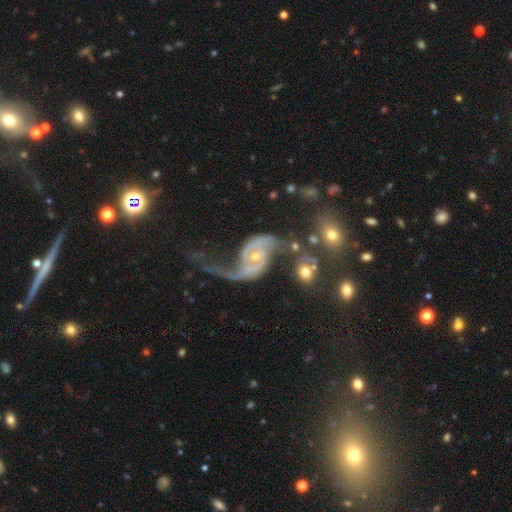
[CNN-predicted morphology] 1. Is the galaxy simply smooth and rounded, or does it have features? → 90% featured or disk, 5% star or artifact, 5% smooth.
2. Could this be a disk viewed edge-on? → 97% no, 3% yes.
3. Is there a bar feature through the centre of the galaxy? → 55% no, 33% weak, 12% strong.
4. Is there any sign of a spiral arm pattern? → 96% yes, 4% no.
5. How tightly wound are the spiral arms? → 59% loose, 31% medium, 11% tight.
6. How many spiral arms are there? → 86% 2, 7% 1, 3% can't tell, 2% 3, 1% 4, 1% more than 4.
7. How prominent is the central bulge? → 51% small, 44% moderate, 2% large, 1% none, 1% dominant.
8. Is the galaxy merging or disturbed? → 35% major disturbance, 34% none, 18% minor disturbance, 13% merger.